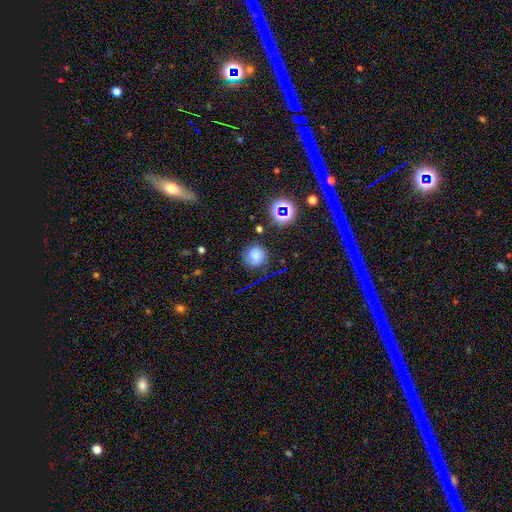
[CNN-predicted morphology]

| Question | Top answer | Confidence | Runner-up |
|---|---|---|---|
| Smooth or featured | smooth | 60% | star or artifact (21%) |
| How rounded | round | 90% | in between (9%) |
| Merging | none | 73% | minor disturbance (16%) |